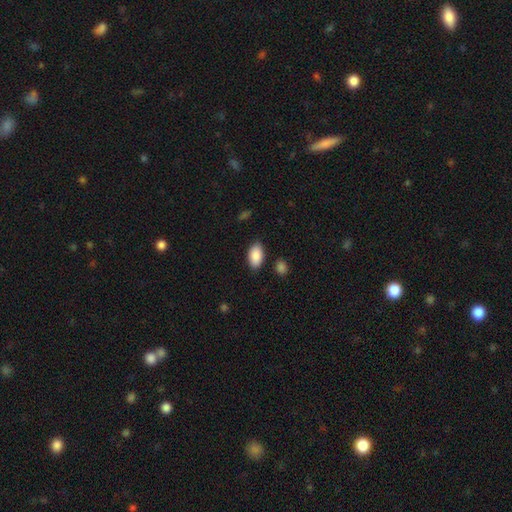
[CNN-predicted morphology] smooth_or_featured: smooth (p=0.88) [alt: star or artifact p=0.06]
how_rounded: in between (p=0.94) [alt: round p=0.04]
merging: none (p=0.86) [alt: minor disturbance p=0.10]